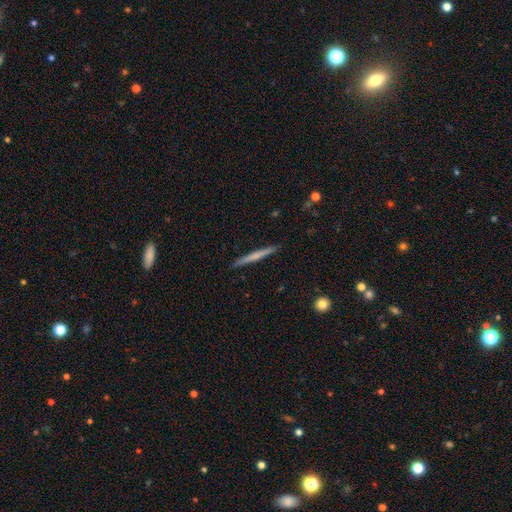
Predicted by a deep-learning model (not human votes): Smooth or featured: smooth — 54% (featured or disk — 41%)
How rounded: cigar-shaped — 97% (in between — 2%)
Merging: none — 92% (minor disturbance — 6%)